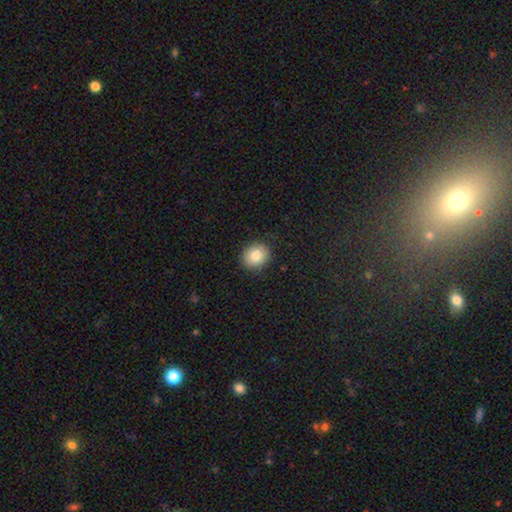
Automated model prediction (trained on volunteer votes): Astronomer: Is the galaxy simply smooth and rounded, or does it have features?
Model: smooth — 83%.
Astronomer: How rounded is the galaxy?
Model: round — 69%.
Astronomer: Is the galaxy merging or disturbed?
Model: none — 88%.